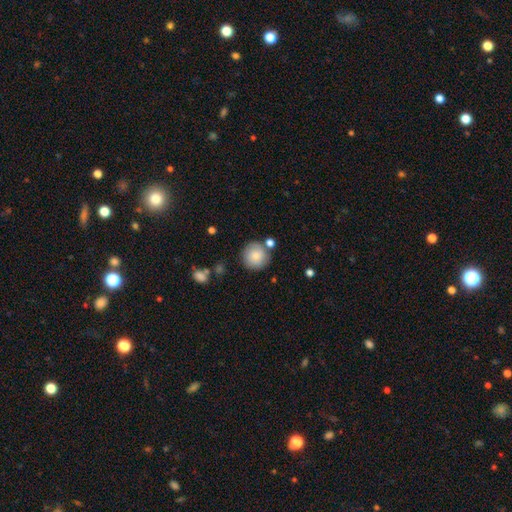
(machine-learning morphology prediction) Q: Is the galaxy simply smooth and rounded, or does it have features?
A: smooth — 80%.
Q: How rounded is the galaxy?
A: round — 93%.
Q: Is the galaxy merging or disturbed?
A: none — 75%.